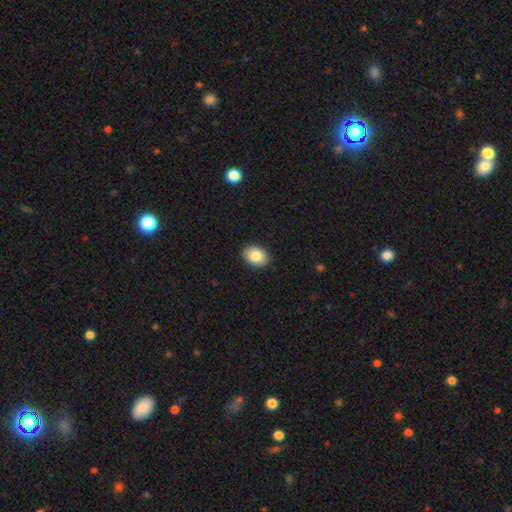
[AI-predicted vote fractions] smooth_or_featured: smooth (p=0.85) [alt: featured or disk p=0.07]
how_rounded: in between (p=0.75) [alt: round p=0.24]
merging: none (p=0.90) [alt: minor disturbance p=0.07]